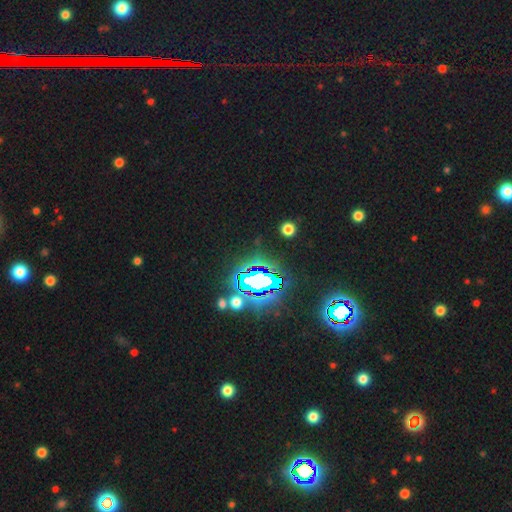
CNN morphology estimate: smooth_or_featured: star or artifact (p=0.78) [alt: smooth p=0.12]